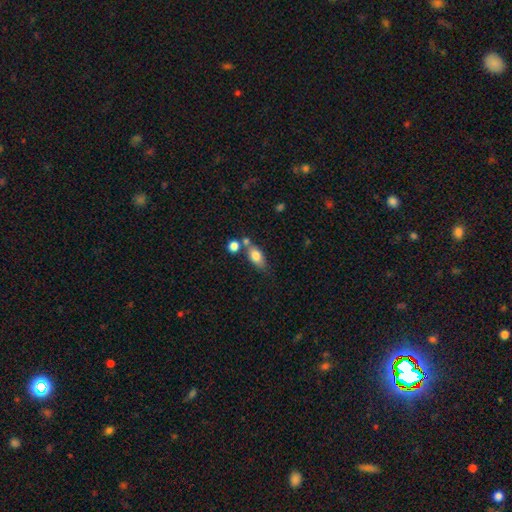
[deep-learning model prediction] Smooth or featured?
  - smooth: 76% *
  - featured or disk: 16%
  - star or artifact: 8%
How rounded?
  - in between: 78% *
  - round: 12%
  - cigar-shaped: 10%
Merging?
  - none: 56% *
  - merger: 23%
  - minor disturbance: 15%
  - major disturbance: 5%